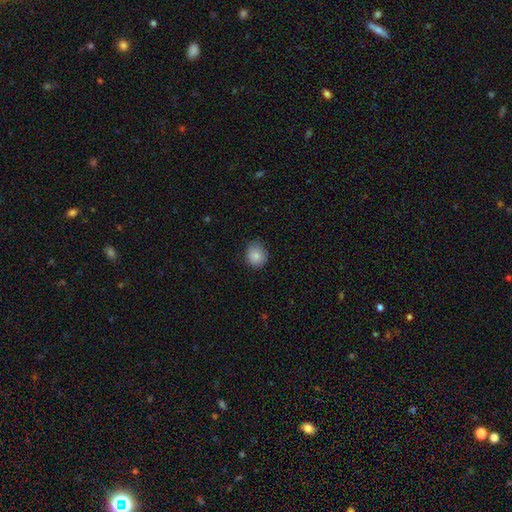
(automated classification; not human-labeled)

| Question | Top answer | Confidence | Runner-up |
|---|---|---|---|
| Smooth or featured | smooth | 86% | star or artifact (9%) |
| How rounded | round | 79% | in between (20%) |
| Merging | none | 79% | minor disturbance (17%) |